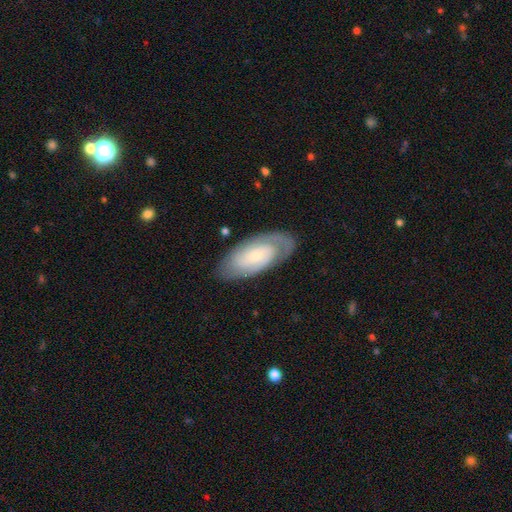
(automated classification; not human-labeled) Smooth or featured: featured or disk — 71% (smooth — 23%)
Edge-on disk: no — 93% (yes — 7%)
Bar: no — 68% (weak — 26%)
Spiral arms: yes — 89% (no — 11%)
Spiral winding: tight — 62% (medium — 29%)
Spiral arm count: 2 — 56% (can't tell — 26%)
Bulge size: small — 73% (moderate — 19%)
Merging: none — 79% (minor disturbance — 15%)